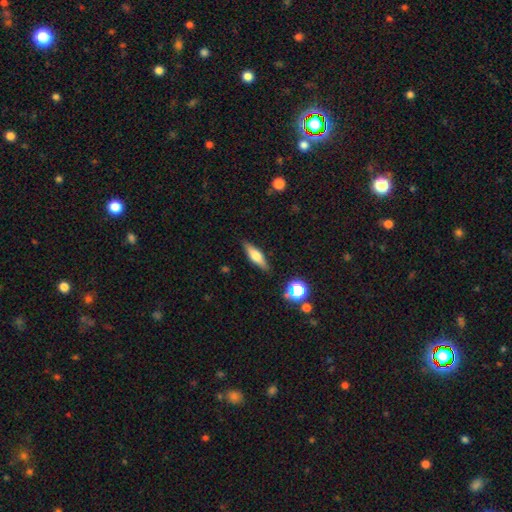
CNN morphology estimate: smooth 50%, featured or disk 42%, star or artifact 8%. Down the decision tree: merging — none (87%).